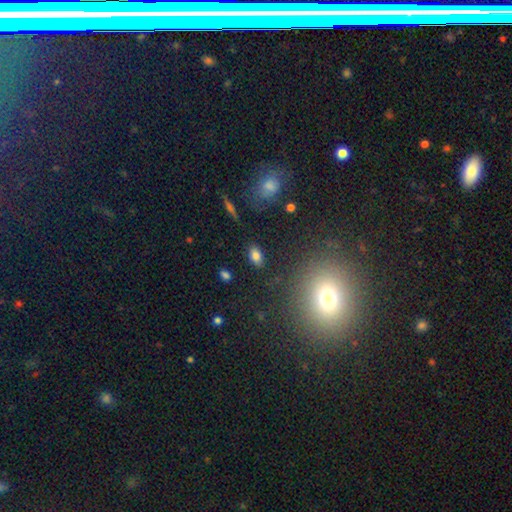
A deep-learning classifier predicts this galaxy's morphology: type=smooth (81%); roundness=in between (89%); merging=none (86%).